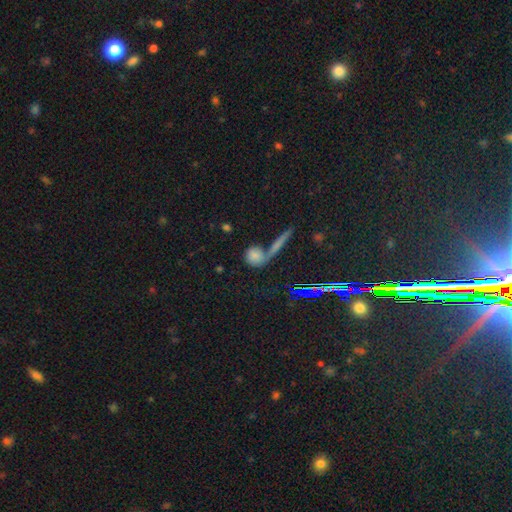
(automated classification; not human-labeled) Morphology: type=smooth (72%); roundness=round (76%); merging=none (52%).